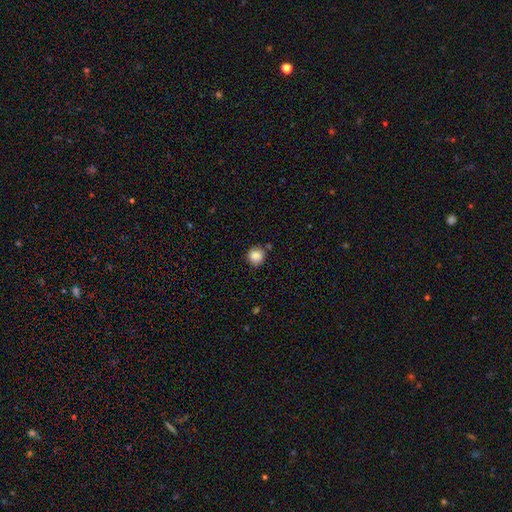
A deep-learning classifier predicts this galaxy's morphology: Smooth or featured? smooth (86%)
How rounded? round (86%)
Merging? none (75%)